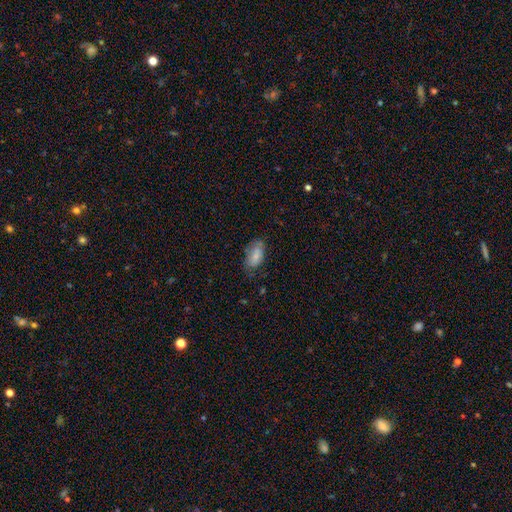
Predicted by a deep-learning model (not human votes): The model was most divided on "merging": none: 61%, minor disturbance: 28%, major disturbance: 9%, merger: 2%. More confident: how rounded — in between (93%); smooth or featured — smooth (77%).